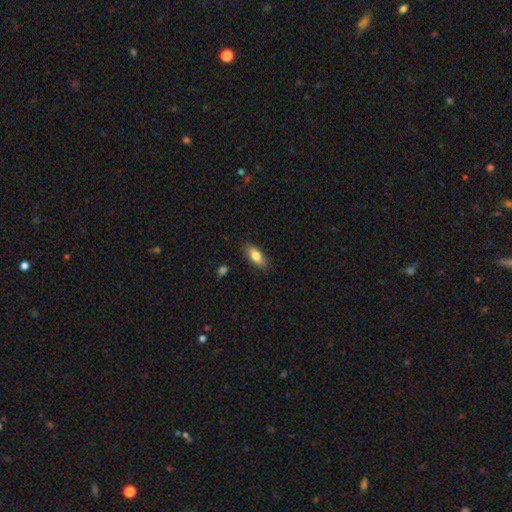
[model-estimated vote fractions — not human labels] A smooth galaxy with no disk features (81%) that is in between round and cigar-shaped (83%).

Vote fractions:
- Smooth or featured? smooth: 81% / featured or disk: 13% / star or artifact: 7%
- How rounded? in between: 83% / cigar-shaped: 15% / round: 3%
- Merging? none: 86% / minor disturbance: 10% / major disturbance: 2% / merger: 1%